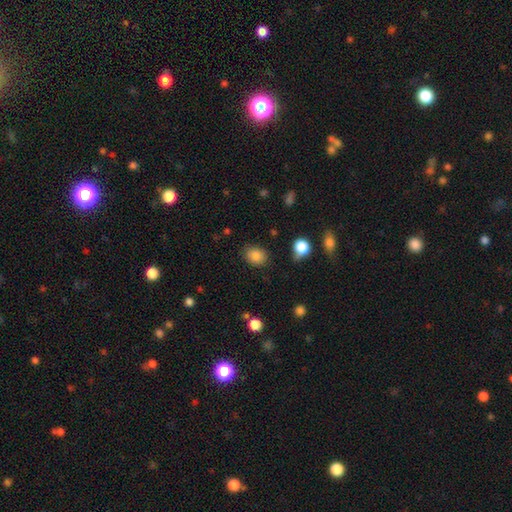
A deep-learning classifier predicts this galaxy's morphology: Q: Smooth or featured?
A: smooth (85%); runner-up: star or artifact (10%)
Q: How rounded?
A: in between (55%); runner-up: round (44%)
Q: Merging?
A: none (81%); runner-up: minor disturbance (13%)